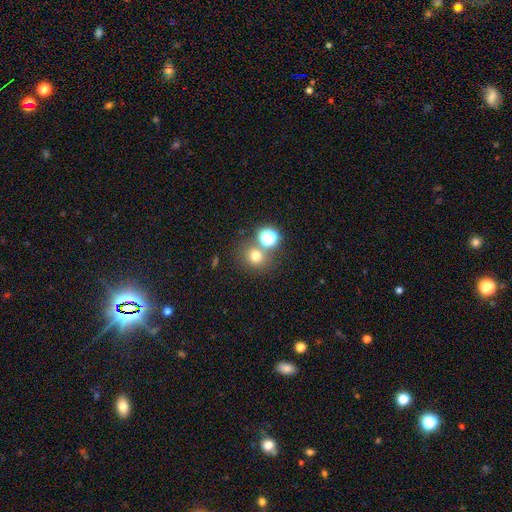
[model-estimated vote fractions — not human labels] This is likely a smooth galaxy (71%). How rounded: clearly round (83%). Merging: likely none (65%).